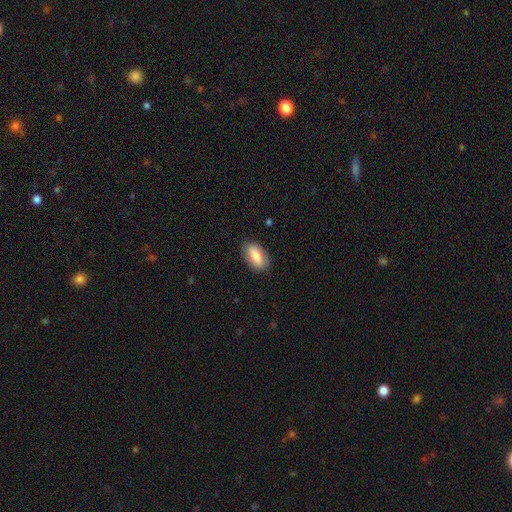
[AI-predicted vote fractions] A smooth galaxy with no disk features (79%) that is in between round and cigar-shaped (90%). Merging: none (83%).